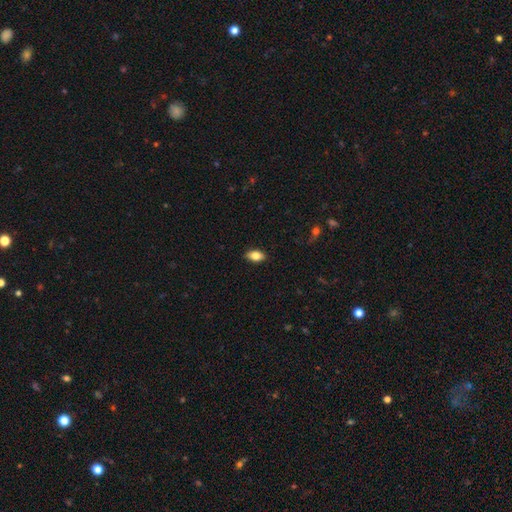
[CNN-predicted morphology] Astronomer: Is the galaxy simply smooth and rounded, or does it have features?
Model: smooth — 79%.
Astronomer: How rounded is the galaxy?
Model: in between — 89%.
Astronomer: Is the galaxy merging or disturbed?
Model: none — 88%.